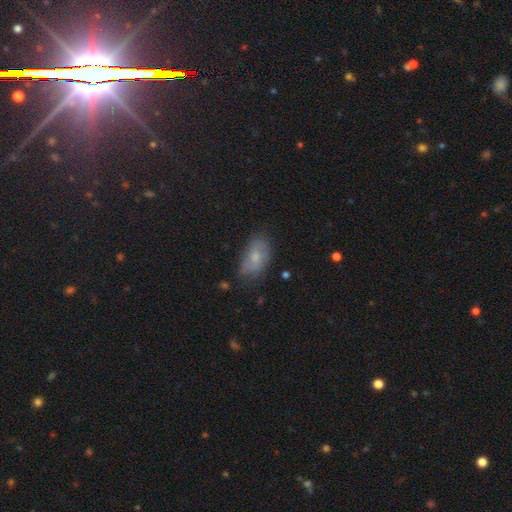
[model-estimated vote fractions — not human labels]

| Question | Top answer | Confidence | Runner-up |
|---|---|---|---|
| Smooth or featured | smooth | 53% | featured or disk (31%) |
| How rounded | in between | 89% | round (6%) |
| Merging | none | 67% | minor disturbance (24%) |